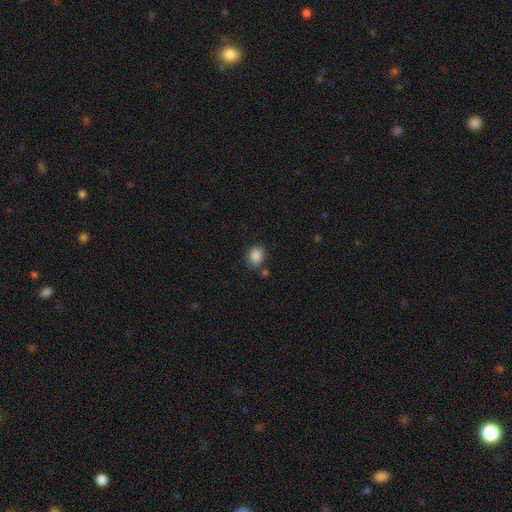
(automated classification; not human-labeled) Smooth or featured? smooth (87%)
How rounded? round (59%)
Merging? none (74%)